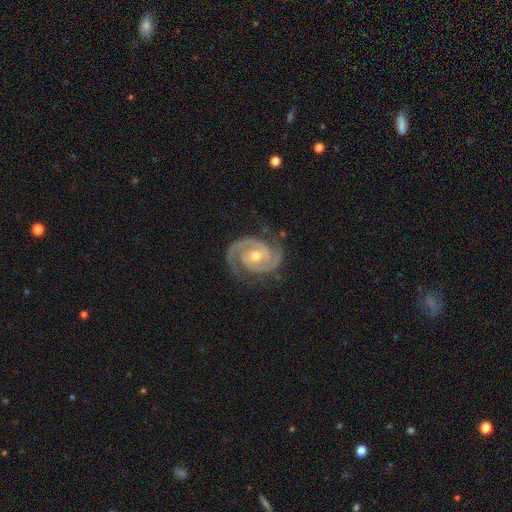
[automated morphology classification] This is clearly a featured or disk galaxy (94%). It is clearly not viewed edge-on (98%). Bar: likely no (62%). Spiral arm pattern: clearly yes (99%). Spiral arm count: clearly 2 (92%). Spiral winding: likely tight (61%). Central bulge: likely moderate (66%). Merging: clearly none (82%).